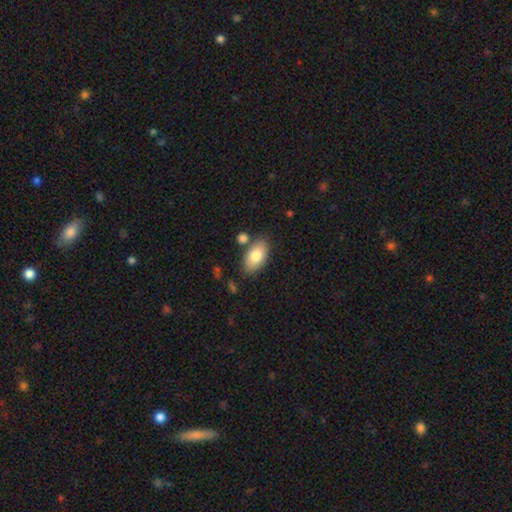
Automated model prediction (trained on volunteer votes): Q: Smooth or featured?
A: smooth (79%); runner-up: featured or disk (14%)
Q: How rounded?
A: in between (93%); runner-up: round (5%)
Q: Merging?
A: none (76%); runner-up: minor disturbance (13%)